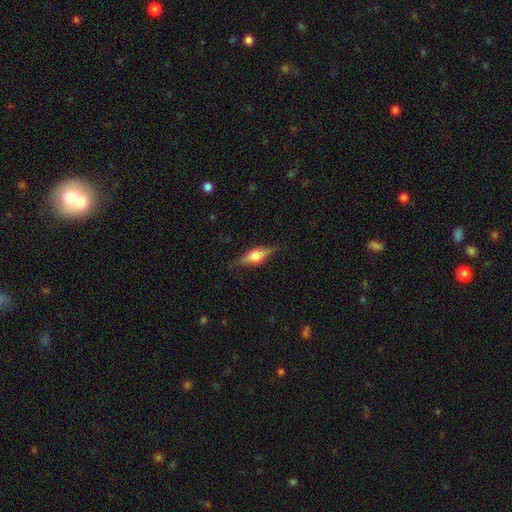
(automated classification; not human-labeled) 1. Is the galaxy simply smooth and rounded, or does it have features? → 64% featured or disk, 28% smooth, 8% star or artifact.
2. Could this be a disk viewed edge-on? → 95% yes, 5% no.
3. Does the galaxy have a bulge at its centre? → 90% rounded, 8% boxy, 2% none.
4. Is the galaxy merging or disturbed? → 82% none, 13% minor disturbance, 3% major disturbance, 1% merger.